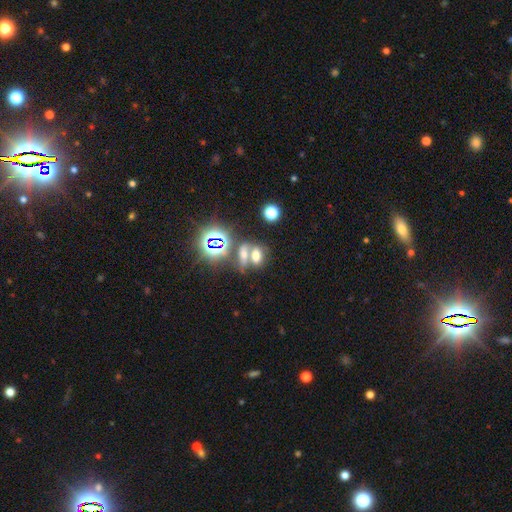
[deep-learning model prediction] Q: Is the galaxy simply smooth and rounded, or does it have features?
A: smooth — 56%.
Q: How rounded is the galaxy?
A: in between — 71%.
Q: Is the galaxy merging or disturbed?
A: merger — 46%.